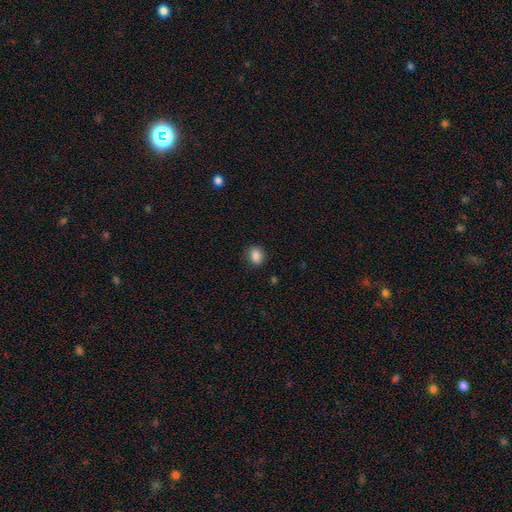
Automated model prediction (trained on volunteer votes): Q: Smooth or featured?
A: smooth (87%); runner-up: star or artifact (10%)
Q: How rounded?
A: round (51%); runner-up: in between (48%)
Q: Merging?
A: none (85%); runner-up: minor disturbance (11%)